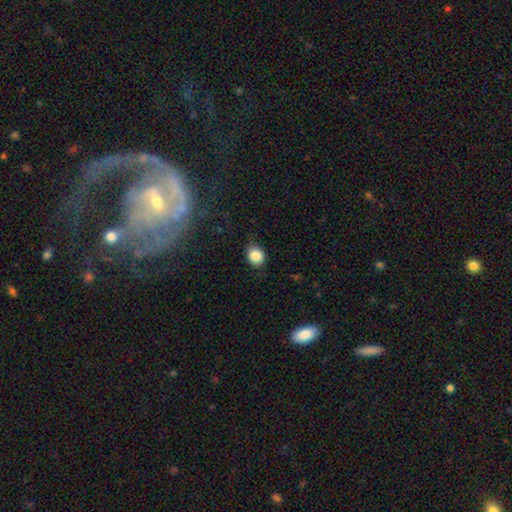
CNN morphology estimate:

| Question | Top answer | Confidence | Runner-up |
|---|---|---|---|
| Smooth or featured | smooth | 85% | star or artifact (9%) |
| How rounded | round | 73% | in between (26%) |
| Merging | none | 77% | minor disturbance (18%) |